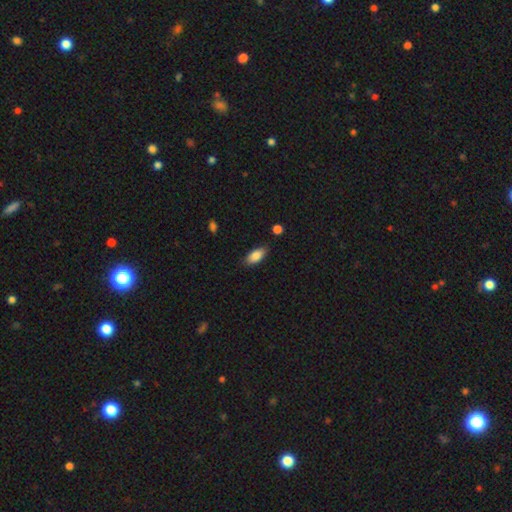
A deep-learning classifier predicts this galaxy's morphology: Overall: smooth (85%). How rounded: in between (88%). Merging: none (83%).